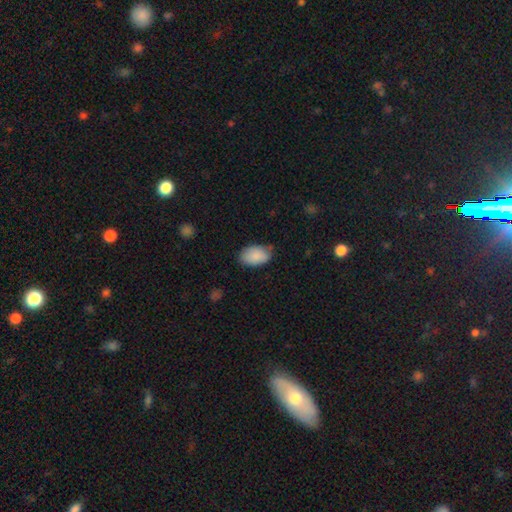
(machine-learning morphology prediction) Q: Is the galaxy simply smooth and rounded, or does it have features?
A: smooth — 89%.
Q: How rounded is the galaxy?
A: in between — 91%.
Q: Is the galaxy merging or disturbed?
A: none — 73%.